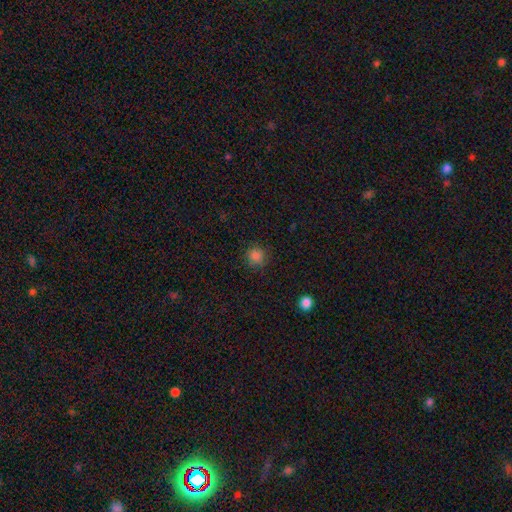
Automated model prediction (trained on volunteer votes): Smooth or featured?
  - smooth: 83% *
  - star or artifact: 13%
  - featured or disk: 4%
How rounded?
  - round: 90% *
  - in between: 9%
  - cigar-shaped: 1%
Merging?
  - none: 84% *
  - minor disturbance: 11%
  - major disturbance: 3%
  - merger: 1%